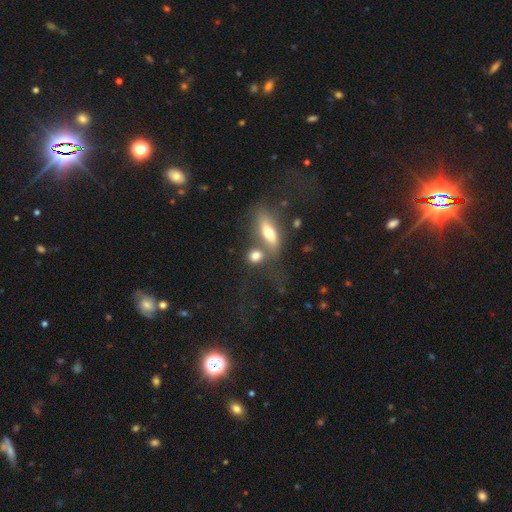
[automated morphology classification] smooth_or_featured: smooth (p=0.72) [alt: featured or disk p=0.19]
how_rounded: in between (p=0.47) [alt: round p=0.40]
merging: none (p=0.40) [alt: merger p=0.39]